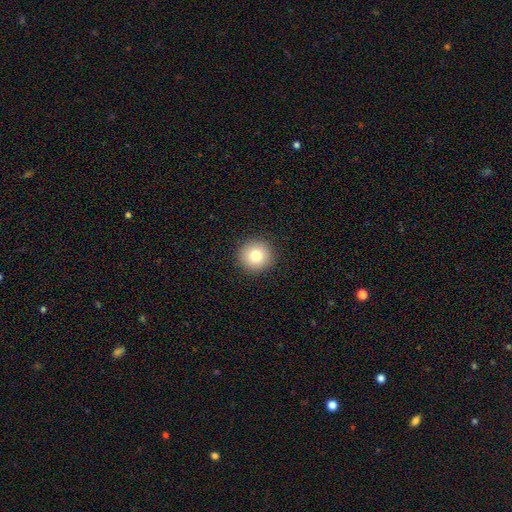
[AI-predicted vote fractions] smooth-or-featured: smooth: 80% | star or artifact: 11% | featured or disk: 10%
  how-rounded: round: 94% | in between: 5% | cigar-shaped: 1%
  merging: none: 92% | minor disturbance: 5% | major disturbance: 2% | merger: 1%